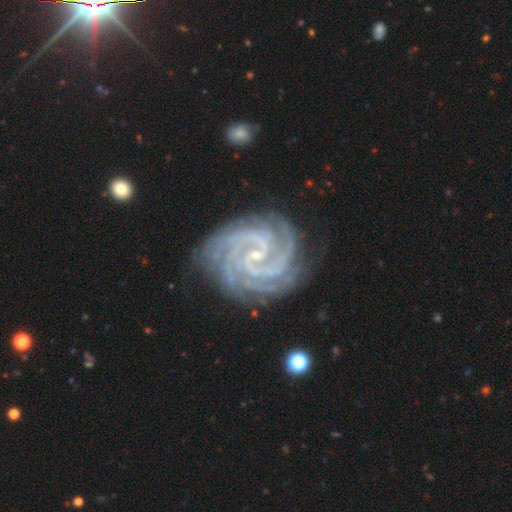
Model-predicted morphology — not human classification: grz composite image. It shows a featured or disk galaxy (93%) with a weak bar (40%), 4 (31%) tight (76%) spiral arms (99%) and a small central bulge (85%). Merging: none (81%).